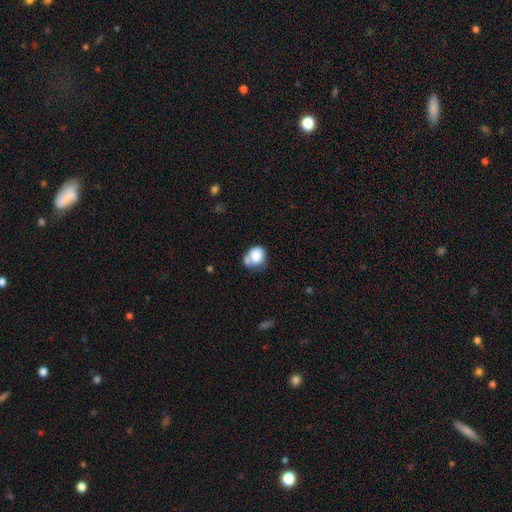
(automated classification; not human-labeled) Overall: smooth (79%). How rounded: round (60%; in between 39%). Merging: none (39%; merger 24%).